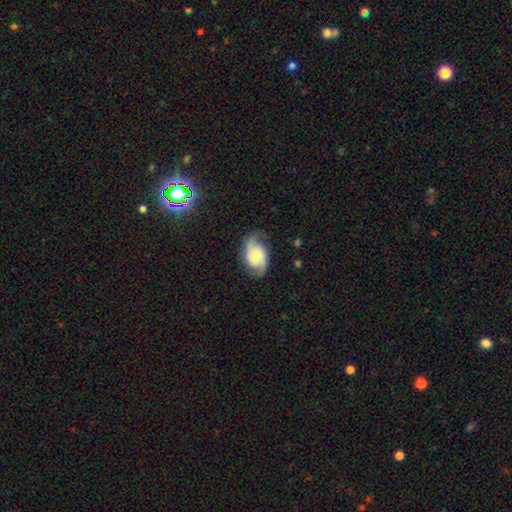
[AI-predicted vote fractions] featured or disk 65%, smooth 28%, star or artifact 7%. Down the decision tree: edge-on disk — no (96%); bar — no (62%); spiral arms — yes (92%); spiral arm count — 2 (85%); spiral winding — medium (45%); bulge size — small (51%); merging — none (69%).